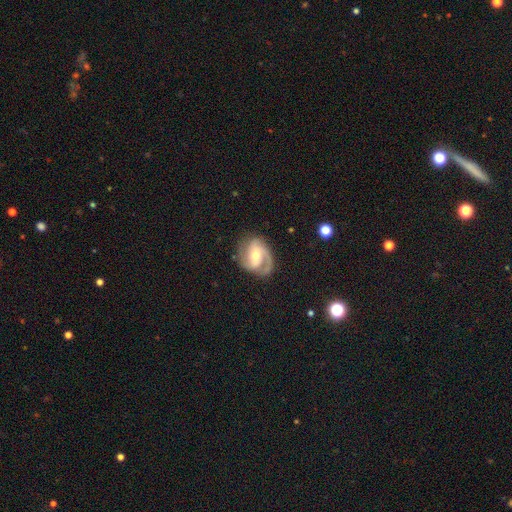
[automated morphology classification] smooth-or-featured: featured or disk: 84% | smooth: 11% | star or artifact: 5%
  disk-edge-on: no: 97% | yes: 3%
    bar: weak: 43% | no: 36% | strong: 21%
    has-spiral-arms: yes: 95% | no: 5%
      spiral-winding: medium: 48% | tight: 31% | loose: 20%
      spiral-arm-count: 2: 61% | 1: 17% | 3: 11% | can't tell: 8% | 4: 2% | more than 4: 2%
    bulge-size: moderate: 59% | small: 35% | large: 4% | none: 1% | dominant: 1%
  merging: none: 69% | minor disturbance: 19% | major disturbance: 11% | merger: 2%